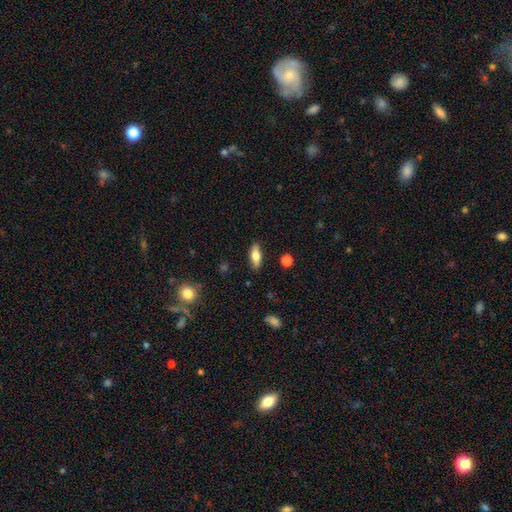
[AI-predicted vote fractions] A smooth galaxy with no disk features (72%) that is in between round and cigar-shaped (68%).

Vote fractions:
- Smooth or featured? smooth: 72% / featured or disk: 21% / star or artifact: 7%
- How rounded? in between: 68% / cigar-shaped: 29% / round: 3%
- Merging? none: 86% / minor disturbance: 10% / major disturbance: 2% / merger: 1%